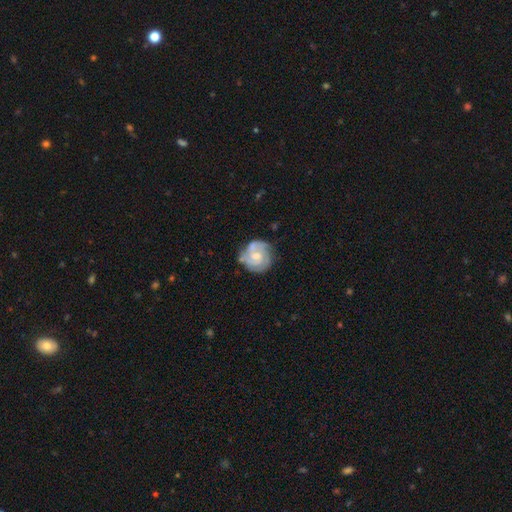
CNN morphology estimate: Smooth or featured?
  - featured or disk: 75% *
  - smooth: 20%
  - star or artifact: 6%
Edge-on disk?
  - no: 98% *
  - yes: 2%
Bar?
  - no: 60% *
  - weak: 34%
  - strong: 5%
Spiral arms?
  - yes: 90% *
  - no: 10%
Spiral winding?
  - tight: 61% *
  - medium: 31%
  - loose: 8%
Spiral arm count?
  - 2: 43% *
  - can't tell: 24%
  - 3: 21%
  - 1: 4%
  - 4: 4%
  - more than 4: 3%
Bulge size?
  - moderate: 49% *
  - small: 40%
  - none: 6%
  - large: 3%
  - dominant: 1%
Merging?
  - none: 67% *
  - minor disturbance: 21%
  - major disturbance: 8%
  - merger: 4%